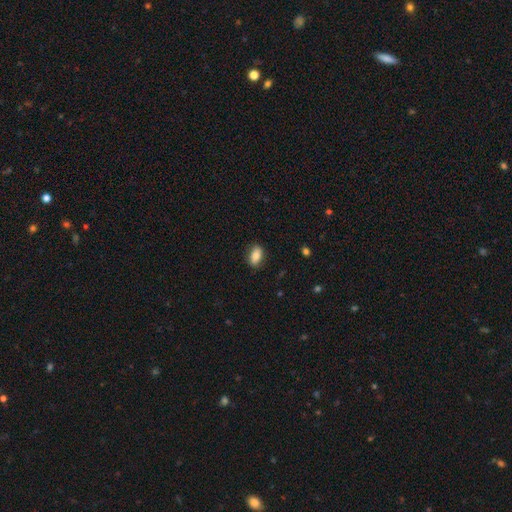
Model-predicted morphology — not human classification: This is clearly a smooth galaxy (82%). How rounded: clearly in between (89%). Merging: clearly none (86%).